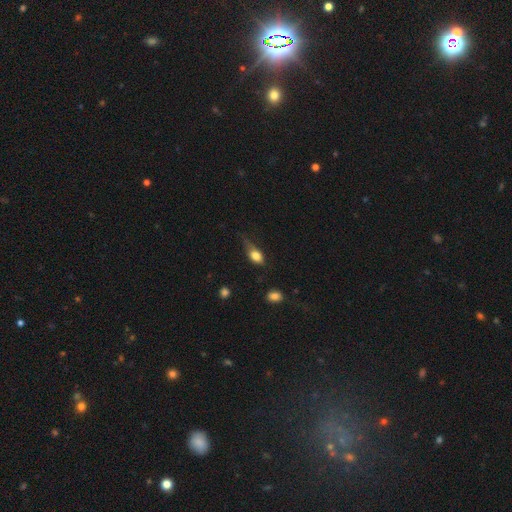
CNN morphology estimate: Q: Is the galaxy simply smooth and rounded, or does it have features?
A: smooth — 74%.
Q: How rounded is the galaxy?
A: in between — 76%.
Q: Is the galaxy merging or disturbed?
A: minor disturbance — 40%.